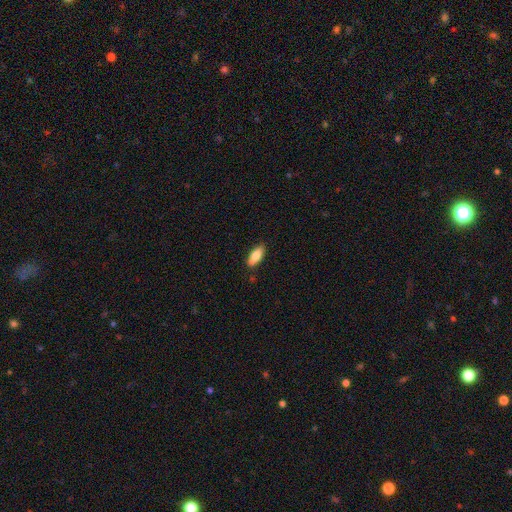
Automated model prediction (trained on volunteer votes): Smooth or featured: smooth — 80% (featured or disk — 14%)
How rounded: in between — 77% (cigar-shaped — 21%)
Merging: none — 86% (minor disturbance — 11%)